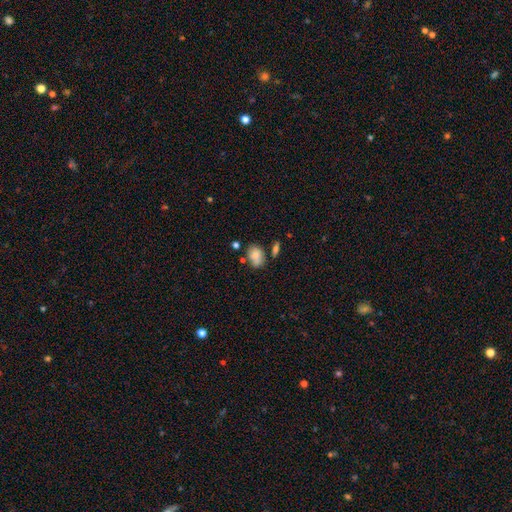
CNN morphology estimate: Overall: smooth (78%). How rounded: in between (82%). Merging: none (55%; minor disturbance 24%).